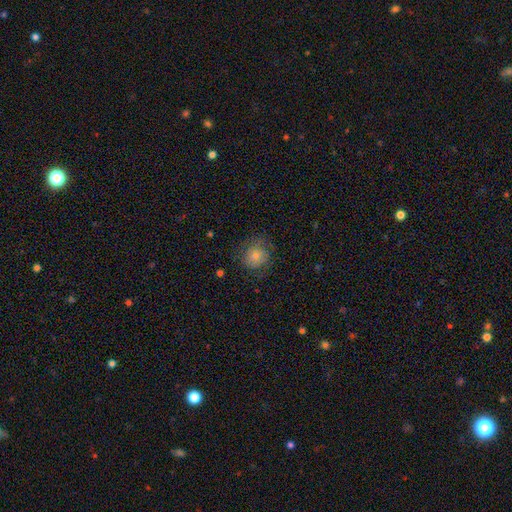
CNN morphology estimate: type=smooth (62%); roundness=round (83%); merging=none (73%).